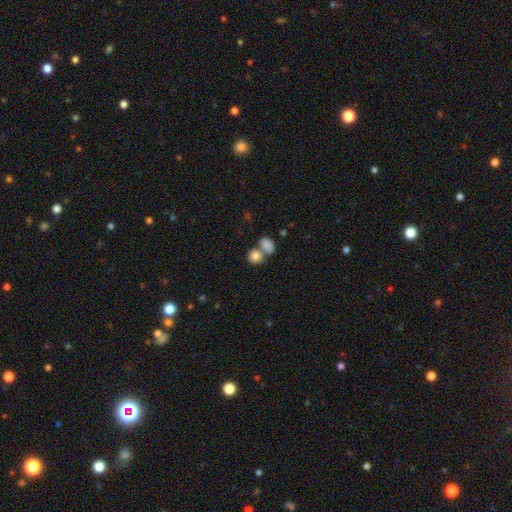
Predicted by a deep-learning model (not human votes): Overall: smooth (83%). How rounded: round (70%). Merging: merger (52%; none 37%).